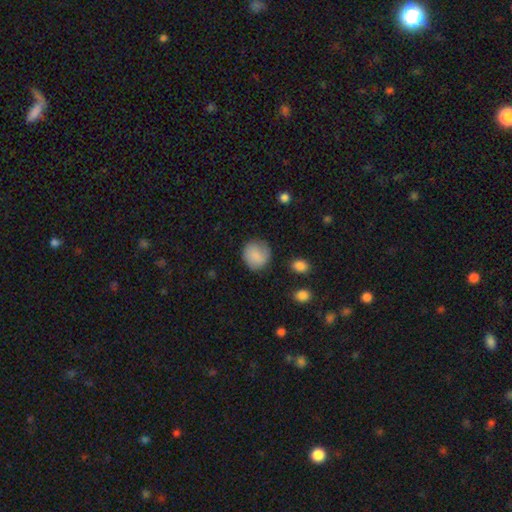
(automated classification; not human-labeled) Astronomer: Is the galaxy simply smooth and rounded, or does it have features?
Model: smooth — 84%.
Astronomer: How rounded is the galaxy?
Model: round — 85%.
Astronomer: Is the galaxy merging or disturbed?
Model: none — 77%.